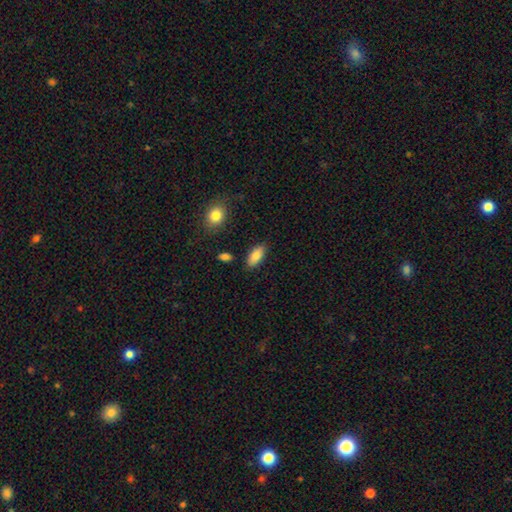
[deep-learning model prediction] Smooth or featured: smooth — 84% (featured or disk — 9%)
How rounded: in between — 90% (cigar-shaped — 8%)
Merging: none — 84% (minor disturbance — 11%)